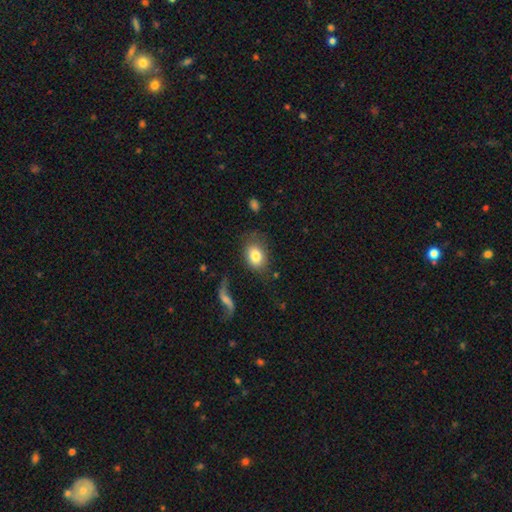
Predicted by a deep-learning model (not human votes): This is clearly a smooth galaxy (80%). How rounded: likely in between (70%). Merging: likely none (67%).